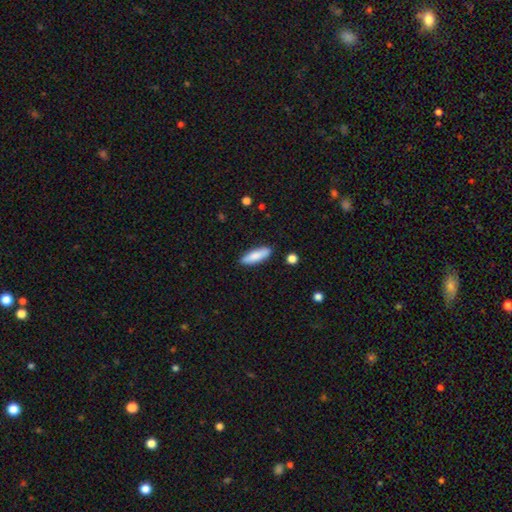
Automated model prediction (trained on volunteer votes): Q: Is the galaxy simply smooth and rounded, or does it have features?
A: smooth — 83%.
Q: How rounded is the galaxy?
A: cigar-shaped — 53%.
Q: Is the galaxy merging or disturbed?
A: none — 87%.